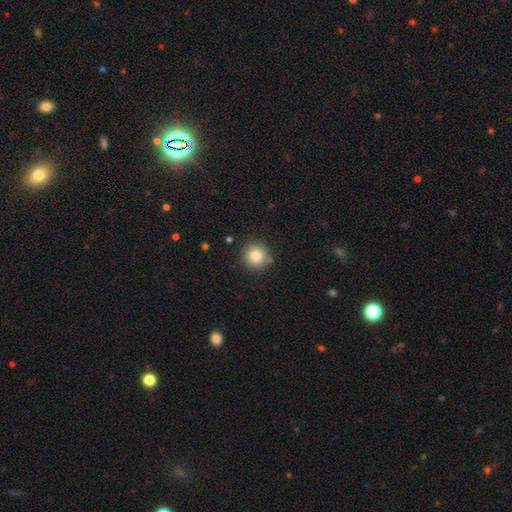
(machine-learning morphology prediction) smooth_or_featured: smooth (p=0.83) [alt: star or artifact p=0.10]
how_rounded: round (p=0.94) [alt: in between p=0.05]
merging: none (p=0.86) [alt: minor disturbance p=0.09]